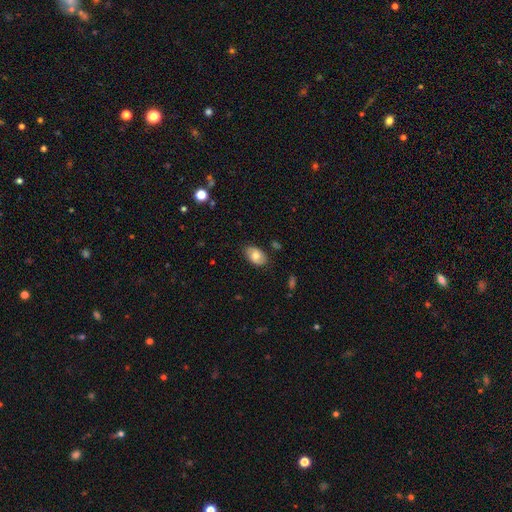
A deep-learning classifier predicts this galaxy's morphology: Smooth or featured? Predicted: smooth (p=0.76). How rounded? Predicted: in between (p=0.90). Merging? Predicted: none (p=0.79).